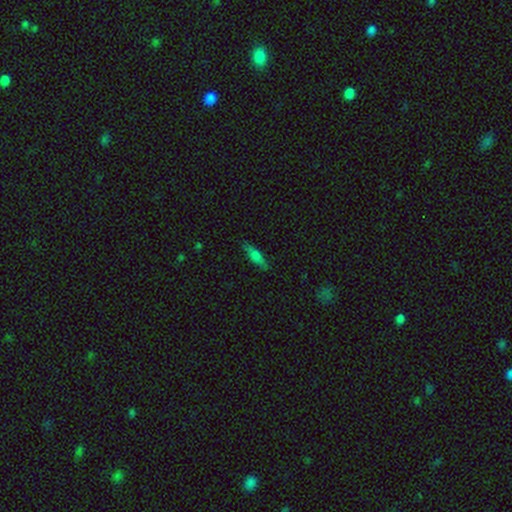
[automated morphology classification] Smooth or featured? smooth (59%)
How rounded? cigar-shaped (62%)
Merging? none (84%)